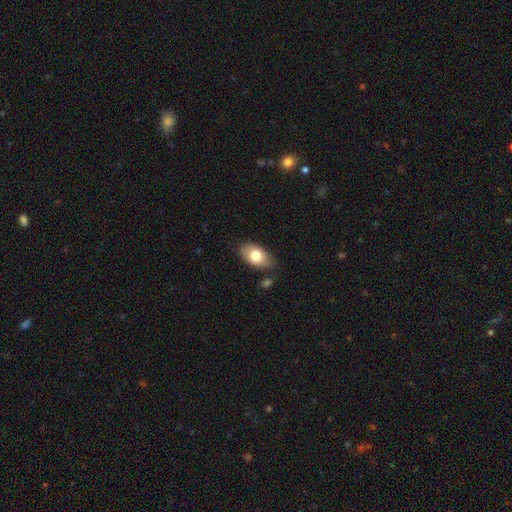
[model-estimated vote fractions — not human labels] This is likely a smooth galaxy (78%). How rounded: clearly in between (93%). Merging: likely none (77%).